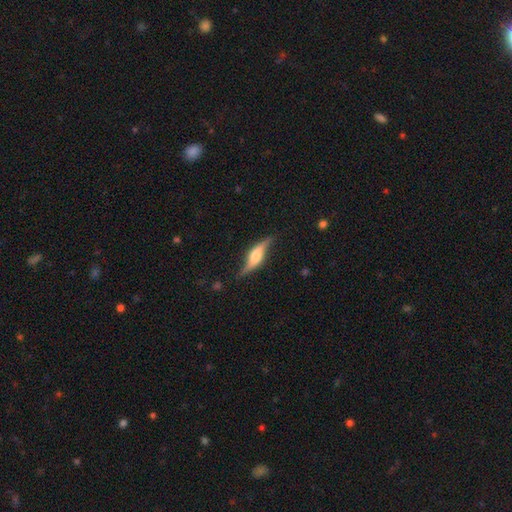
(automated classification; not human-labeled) Q: Smooth or featured?
A: featured or disk (71%); runner-up: smooth (23%)
Q: Edge-on disk?
A: yes (69%); runner-up: no (31%)
Q: Merging?
A: none (72%); runner-up: minor disturbance (20%)